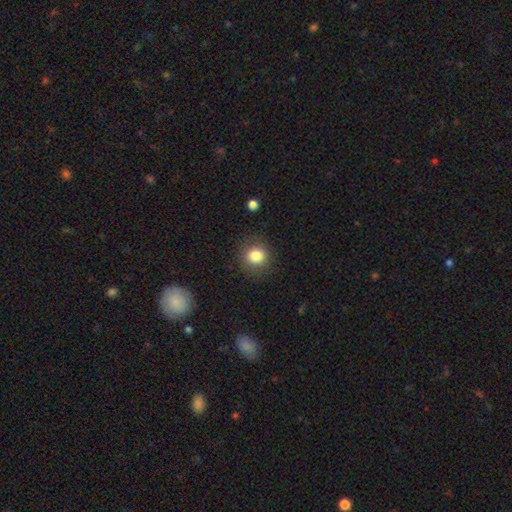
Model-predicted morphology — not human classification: smooth-or-featured: smooth: 82% | star or artifact: 11% | featured or disk: 7%
  how-rounded: round: 86% | in between: 13% | cigar-shaped: 1%
  merging: none: 86% | minor disturbance: 9% | major disturbance: 3% | merger: 1%